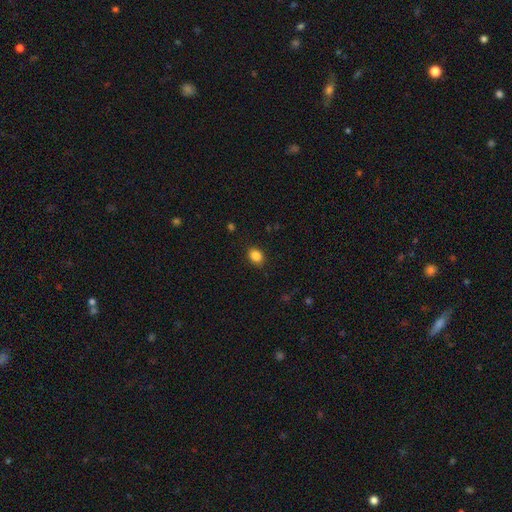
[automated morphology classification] Smooth or featured? smooth (86%)
How rounded? in between (57%)
Merging? none (87%)